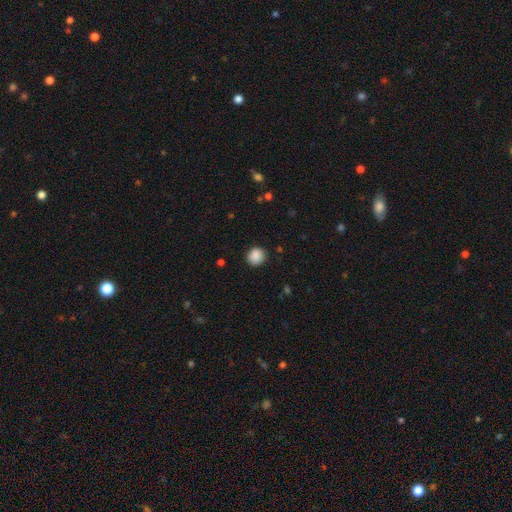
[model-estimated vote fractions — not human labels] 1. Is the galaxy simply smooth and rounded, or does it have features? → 88% smooth, 9% star or artifact, 3% featured or disk.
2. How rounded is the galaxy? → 87% round, 13% in between, 1% cigar-shaped.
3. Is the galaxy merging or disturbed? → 87% none, 9% minor disturbance, 2% major disturbance, 1% merger.